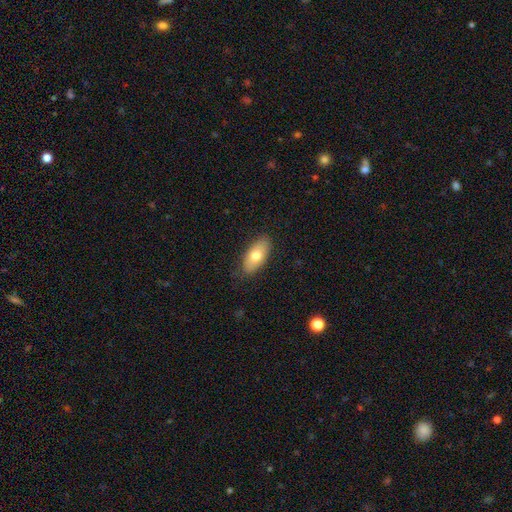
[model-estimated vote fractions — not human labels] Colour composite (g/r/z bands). It shows a smooth galaxy with no disk features (72%) that is in between round and cigar-shaped (89%). Merging: none (84%).